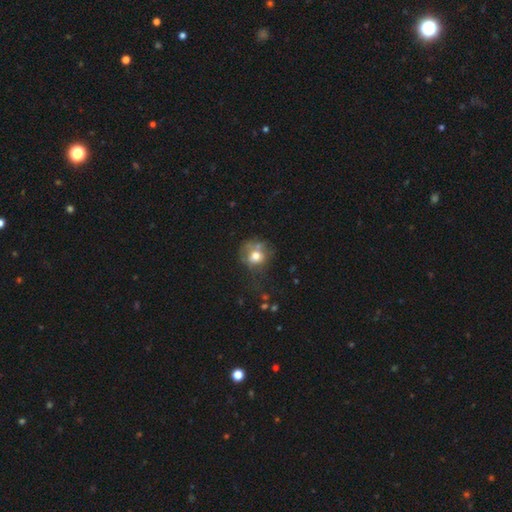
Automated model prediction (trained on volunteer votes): Smooth or featured? smooth (65%)
How rounded? round (74%)
Merging? none (42%)